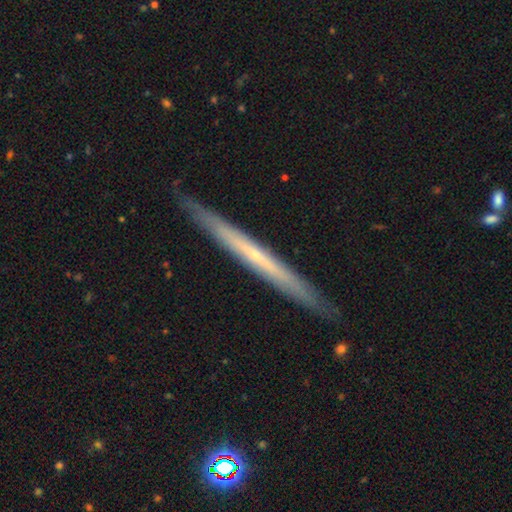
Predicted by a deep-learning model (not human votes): This appears to be a featured or disk galaxy (67%) viewed edge-on (96%) with no central bulge (69%). Merging: none (91%).